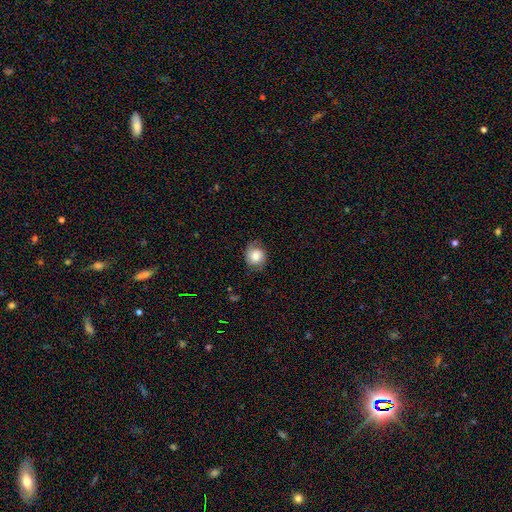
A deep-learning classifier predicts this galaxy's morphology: Smooth or featured? smooth (71%)
How rounded? round (73%)
Merging? none (68%)